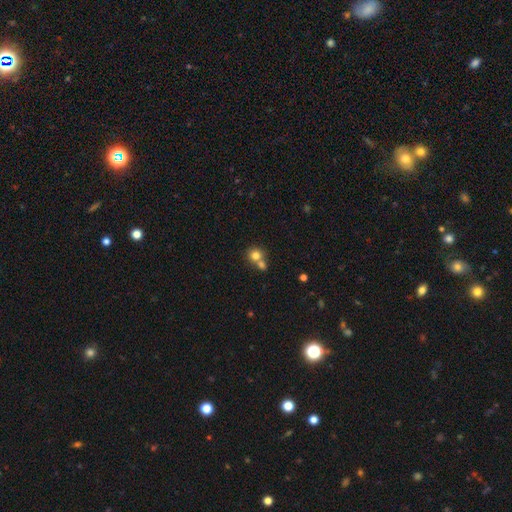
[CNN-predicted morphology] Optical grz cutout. It shows a smooth galaxy with no disk features (79%) that is round (86%). Merging: merger (48%).